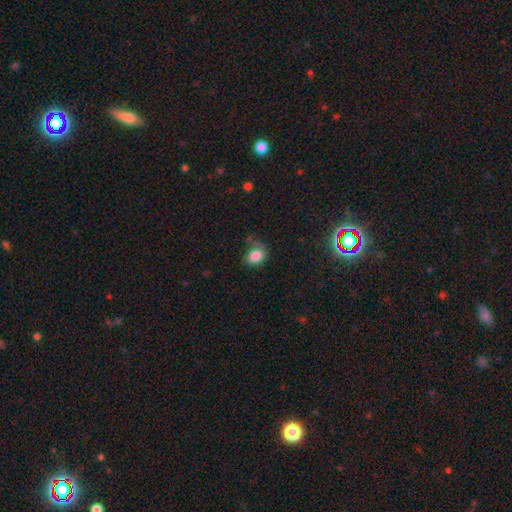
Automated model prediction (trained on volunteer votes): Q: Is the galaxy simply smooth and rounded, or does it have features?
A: smooth — 82%.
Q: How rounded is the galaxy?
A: in between — 53%.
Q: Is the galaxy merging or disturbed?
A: none — 53%.